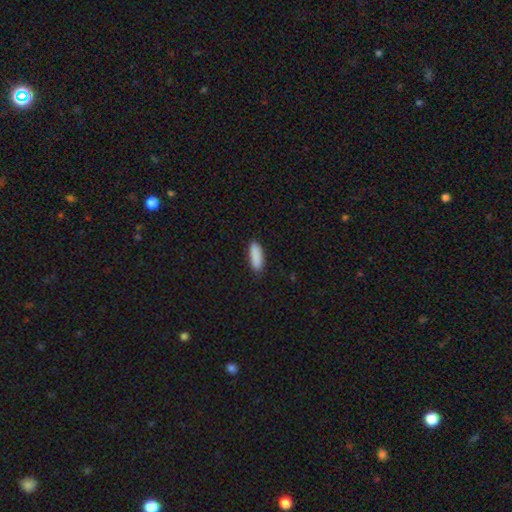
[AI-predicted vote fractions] Smooth or featured? Predicted: smooth (p=0.89). How rounded? Predicted: cigar-shaped (p=0.50). Merging? Predicted: none (p=0.86).